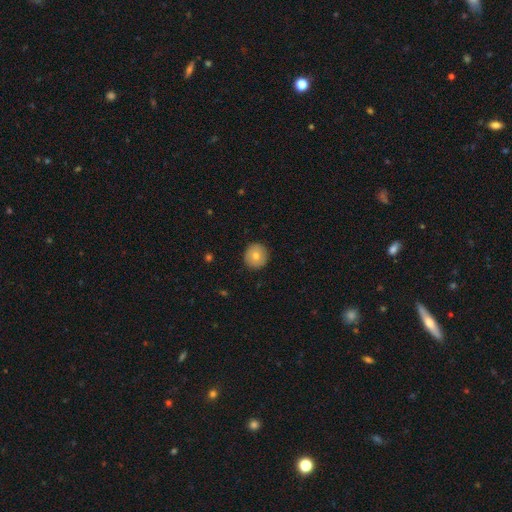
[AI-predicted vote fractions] This is likely a smooth galaxy (75%). How rounded: clearly round (94%). Merging: clearly none (91%).